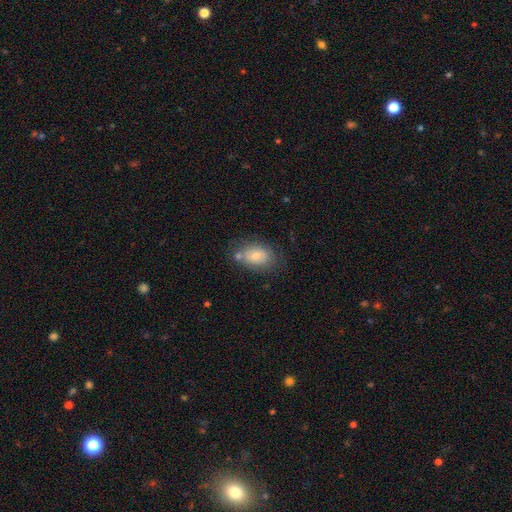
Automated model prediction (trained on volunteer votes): smooth-or-featured: smooth: 70% | featured or disk: 21% | star or artifact: 8%
  how-rounded: in between: 82% | round: 17% | cigar-shaped: 1%
  merging: none: 60% | minor disturbance: 20% | merger: 13% | major disturbance: 7%